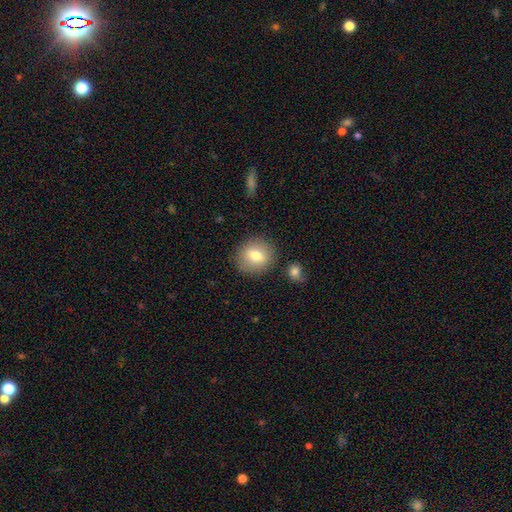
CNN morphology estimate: A smooth galaxy with no disk features (76%) that is round (81%).

Vote fractions:
- Smooth or featured? smooth: 76% / featured or disk: 15% / star or artifact: 9%
- How rounded? round: 81% / in between: 18% / cigar-shaped: 1%
- Merging? none: 85% / minor disturbance: 9% / merger: 4% / major disturbance: 3%